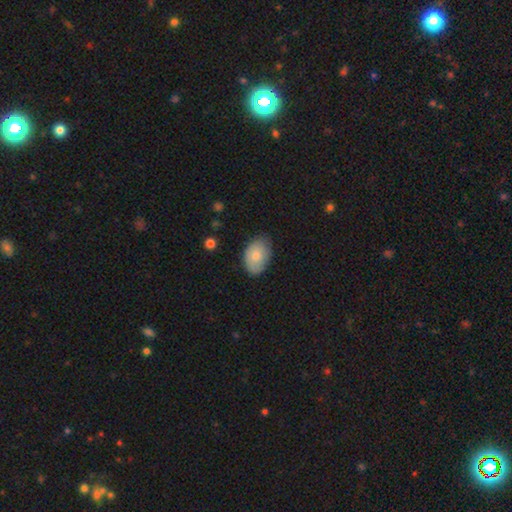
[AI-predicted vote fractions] Overall: smooth (74%). How rounded: in between (86%). Merging: none (71%).